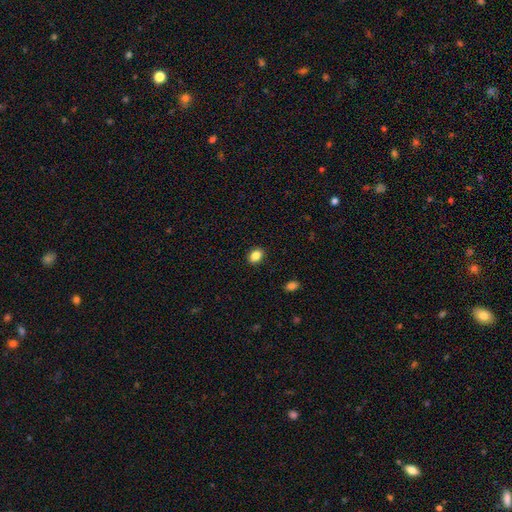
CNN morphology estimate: Smooth or featured? Predicted: smooth (p=0.86). How rounded? Predicted: in between (p=0.64). Merging? Predicted: none (p=0.90).